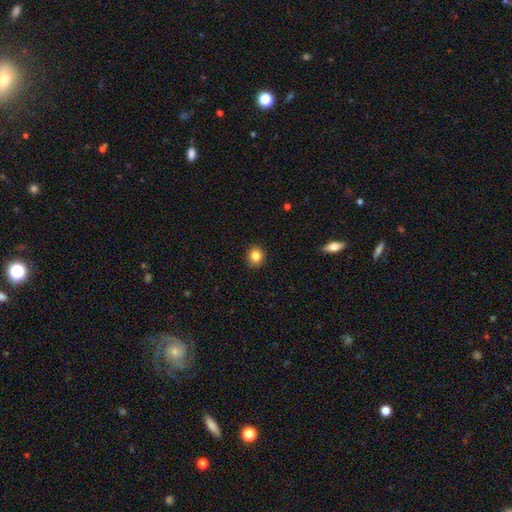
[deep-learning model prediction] Smooth or featured: smooth — 83% (star or artifact — 11%)
How rounded: round — 80% (in between — 19%)
Merging: none — 90% (minor disturbance — 7%)